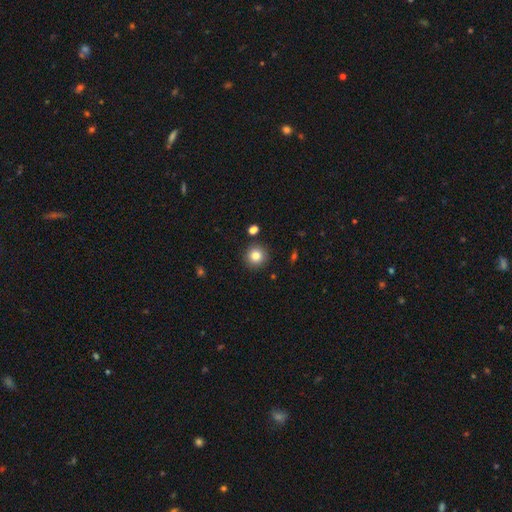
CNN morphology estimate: smooth-or-featured: smooth: 83% | star or artifact: 11% | featured or disk: 6%
  how-rounded: round: 94% | in between: 5% | cigar-shaped: 1%
  merging: none: 89% | minor disturbance: 6% | merger: 3% | major disturbance: 2%